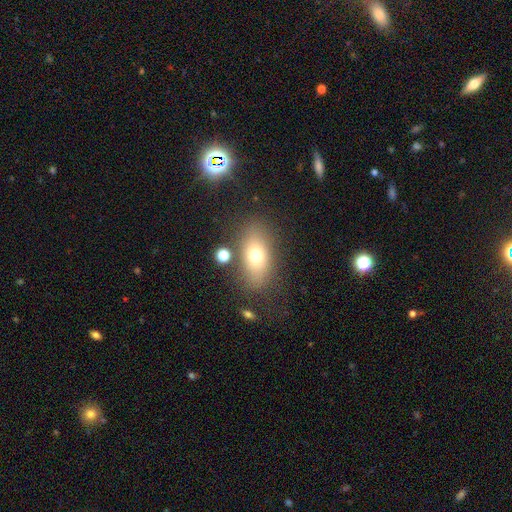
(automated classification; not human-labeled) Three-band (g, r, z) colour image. It shows a smooth galaxy with no disk features (70%) that is in between round and cigar-shaped (83%). Merging: none (77%).